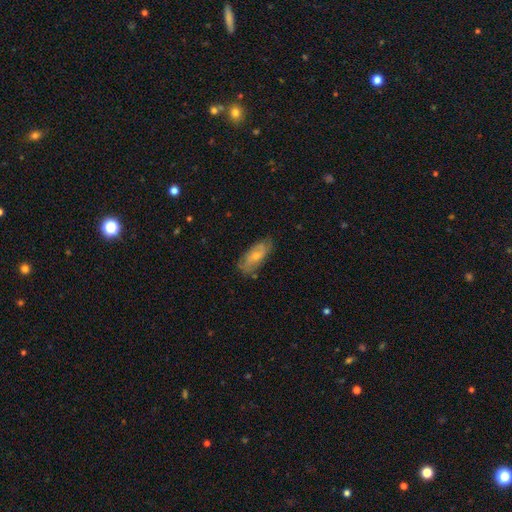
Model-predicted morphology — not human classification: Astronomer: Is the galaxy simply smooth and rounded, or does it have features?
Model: smooth — 48% (runner-up: featured or disk, 45%).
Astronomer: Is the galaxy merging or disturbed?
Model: none — 70%.